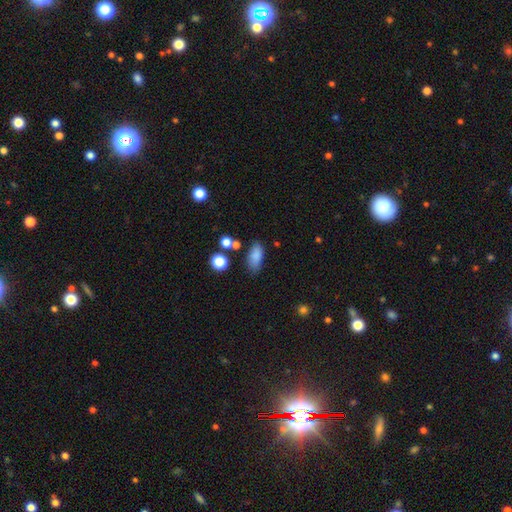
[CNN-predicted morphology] smooth-or-featured: smooth: 84% | star or artifact: 10% | featured or disk: 7%
  how-rounded: in between: 84% | cigar-shaped: 10% | round: 6%
  merging: none: 67% | minor disturbance: 20% | merger: 7% | major disturbance: 6%